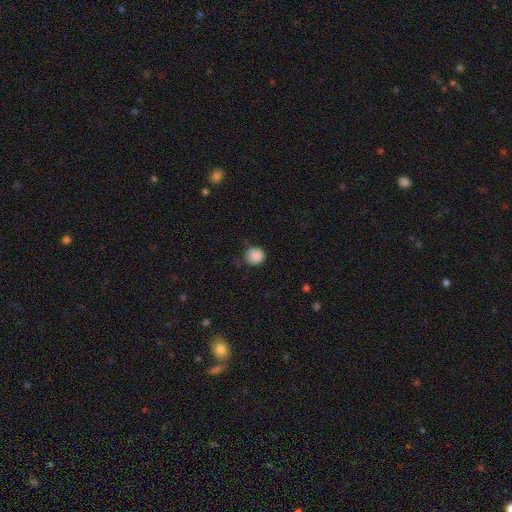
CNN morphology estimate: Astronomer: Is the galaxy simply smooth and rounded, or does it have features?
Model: smooth — 88%.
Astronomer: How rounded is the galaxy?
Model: round — 90%.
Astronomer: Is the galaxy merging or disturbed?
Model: none — 75%.